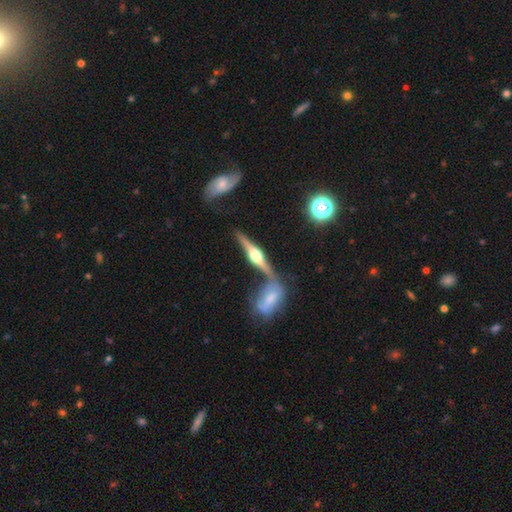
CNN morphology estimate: featured or disk 82%, smooth 12%, star or artifact 6%. Down the decision tree: edge-on disk — yes (96%); edge-on bulge — rounded (94%); merging — none (63%).